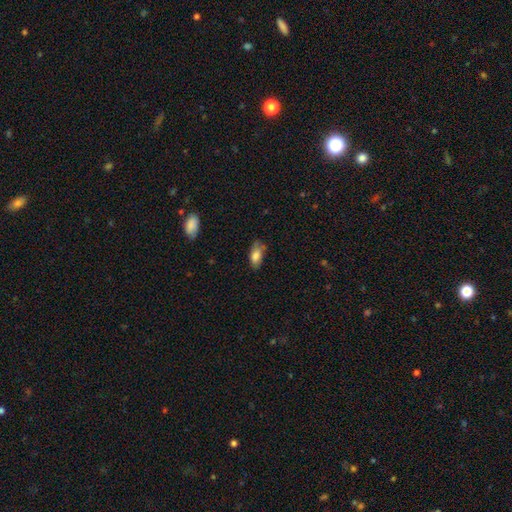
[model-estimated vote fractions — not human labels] smooth 79%, featured or disk 13%, star or artifact 8%. Down the decision tree: how rounded — in between (88%); merging — none (55%).